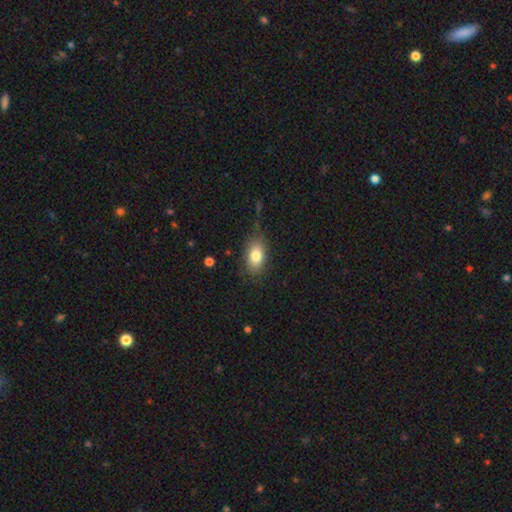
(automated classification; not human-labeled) Q: Smooth or featured?
A: smooth (80%); runner-up: featured or disk (12%)
Q: How rounded?
A: in between (88%); runner-up: round (9%)
Q: Merging?
A: none (67%); runner-up: minor disturbance (20%)